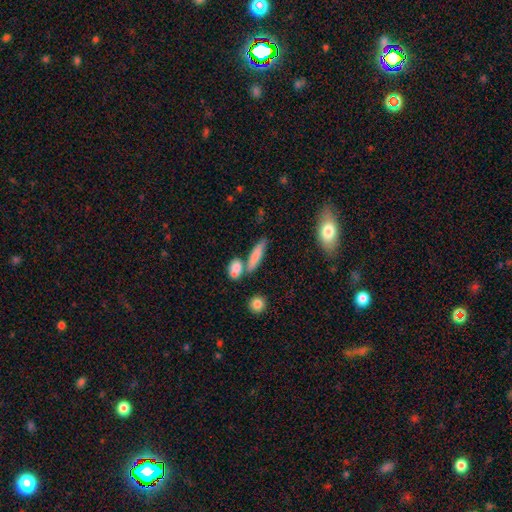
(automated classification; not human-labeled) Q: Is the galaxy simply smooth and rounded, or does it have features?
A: smooth — 76%.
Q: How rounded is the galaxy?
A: cigar-shaped — 72%.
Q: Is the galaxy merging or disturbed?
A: none — 64%.